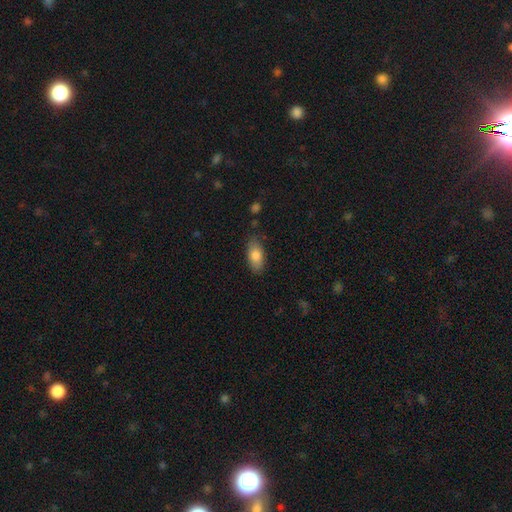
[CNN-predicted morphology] Smooth or featured: smooth — 80% (featured or disk — 13%)
How rounded: in between — 88% (cigar-shaped — 8%)
Merging: none — 80% (minor disturbance — 16%)